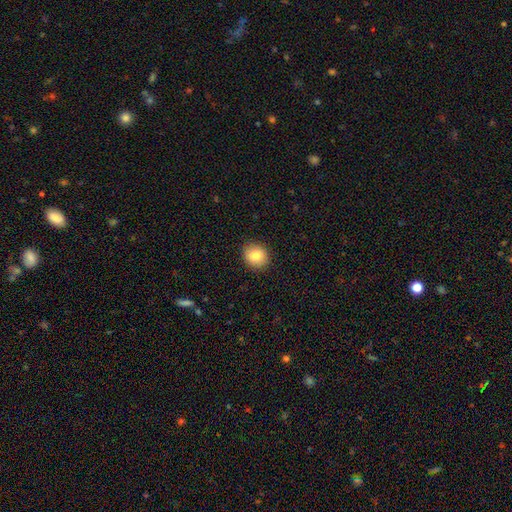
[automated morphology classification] smooth 83%, star or artifact 9%, featured or disk 8%. Down the decision tree: how rounded — round (78%); merging — none (90%).